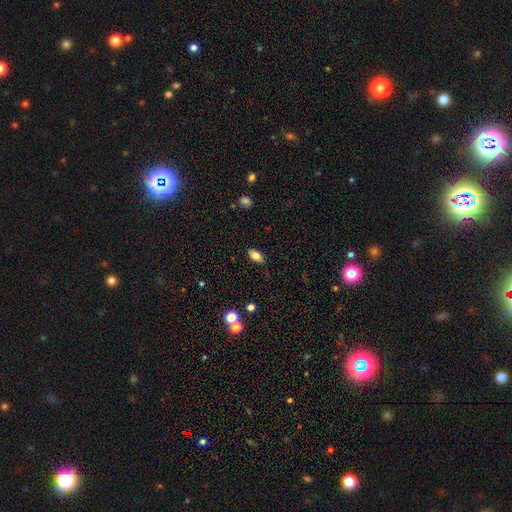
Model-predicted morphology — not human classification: Overall: smooth (79%). How rounded: in between (89%). Merging: none (86%).